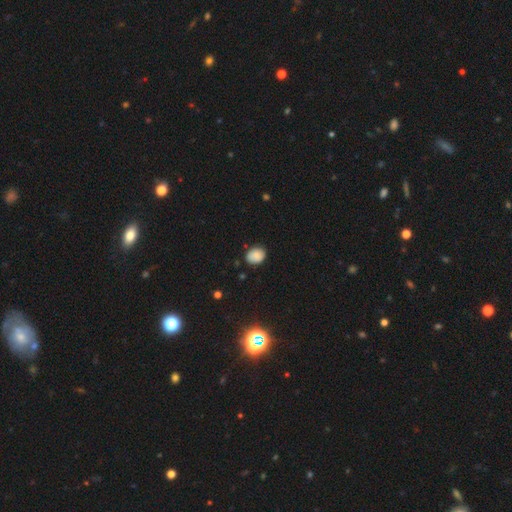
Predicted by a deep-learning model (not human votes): Morphology: type=smooth (85%); roundness=in between (59%); merging=none (79%).